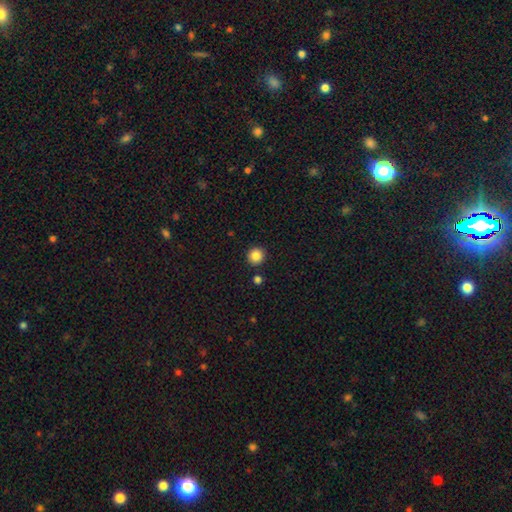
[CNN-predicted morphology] Overall: smooth (86%). How rounded: round (94%). Merging: none (90%).